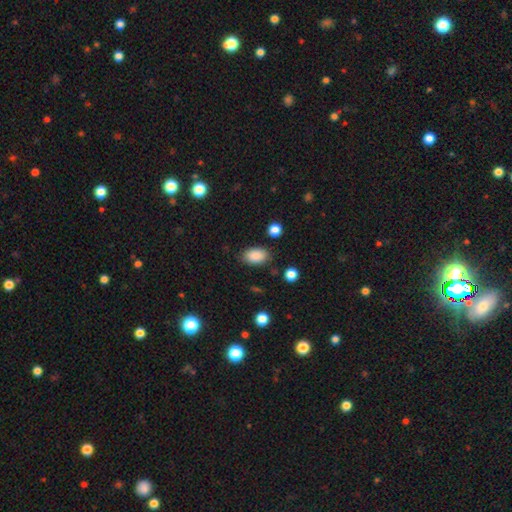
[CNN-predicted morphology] Q: Smooth or featured?
A: smooth (87%); runner-up: star or artifact (8%)
Q: How rounded?
A: in between (90%); runner-up: round (9%)
Q: Merging?
A: none (81%); runner-up: minor disturbance (13%)